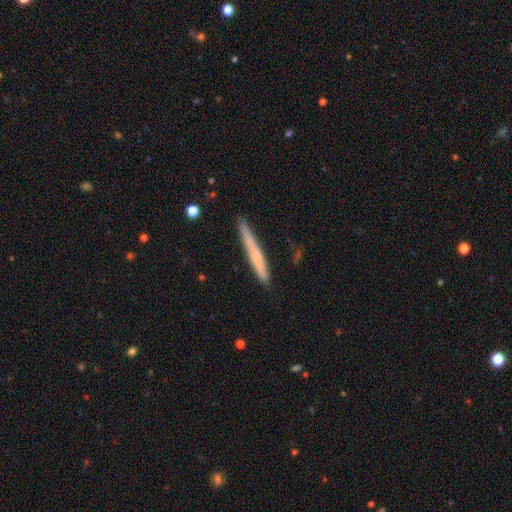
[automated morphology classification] Smooth or featured? smooth (51%)
How rounded? cigar-shaped (96%)
Merging? none (83%)